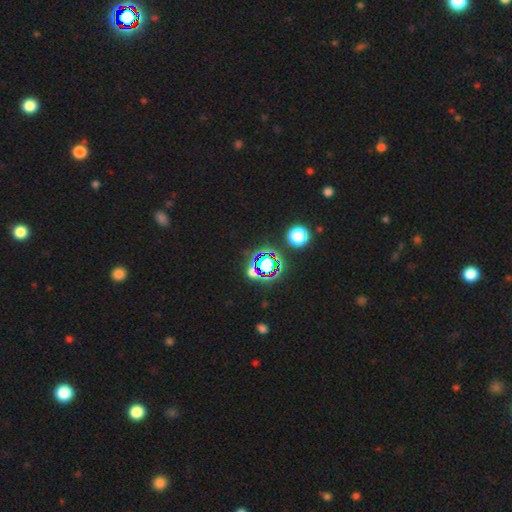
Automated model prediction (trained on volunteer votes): A star or artifact, not a galaxy (74%).